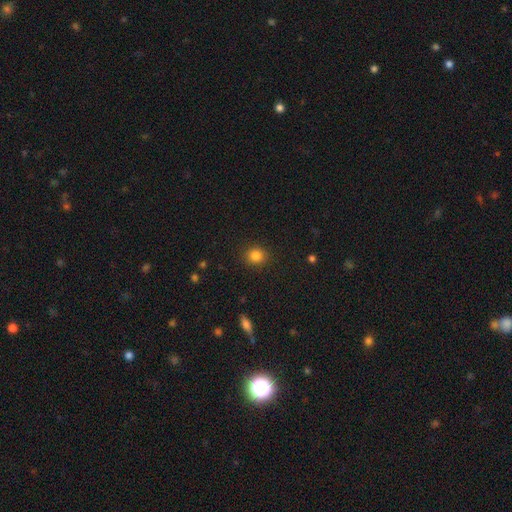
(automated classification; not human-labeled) A smooth galaxy with no disk features (84%) that is round (82%).

Vote fractions:
- Smooth or featured? smooth: 84% / star or artifact: 12% / featured or disk: 4%
- How rounded? round: 82% / in between: 17% / cigar-shaped: 1%
- Merging? none: 90% / minor disturbance: 6% / major disturbance: 2% / merger: 1%